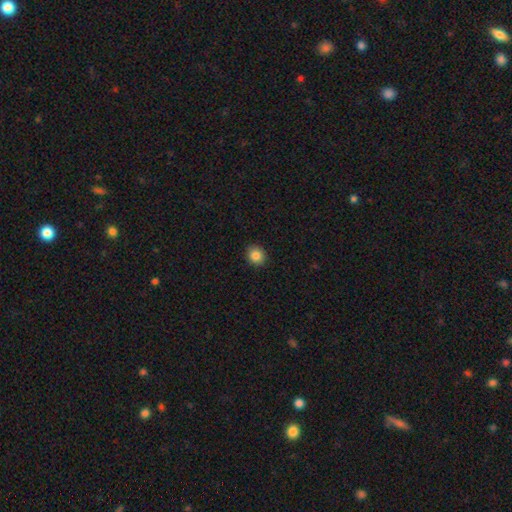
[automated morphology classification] The model was most divided on "how rounded": round: 76%, in between: 23%, cigar-shaped: 1%. More confident: merging — none (92%); smooth or featured — smooth (85%).